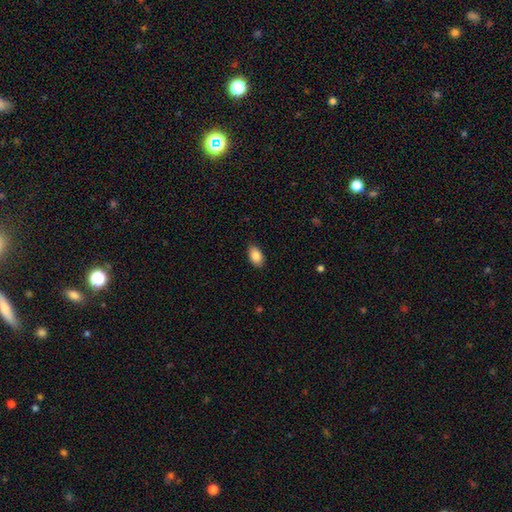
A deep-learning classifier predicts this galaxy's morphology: Q: Smooth or featured?
A: smooth (87%); runner-up: star or artifact (7%)
Q: How rounded?
A: in between (92%); runner-up: round (6%)
Q: Merging?
A: none (87%); runner-up: minor disturbance (10%)